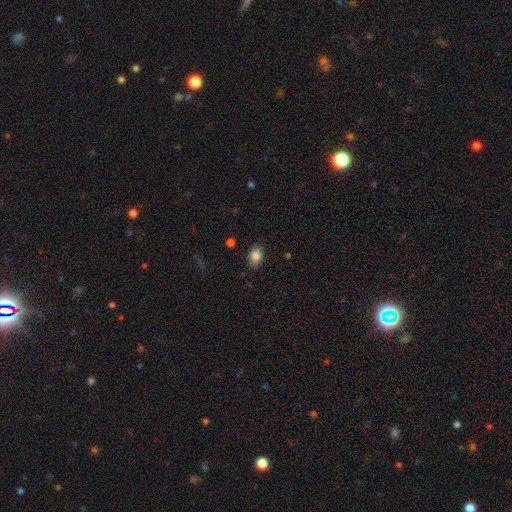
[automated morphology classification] smooth-or-featured: smooth: 84% | star or artifact: 9% | featured or disk: 6%
  how-rounded: in between: 70% | round: 29% | cigar-shaped: 1%
  merging: none: 85% | minor disturbance: 11% | major disturbance: 3% | merger: 1%